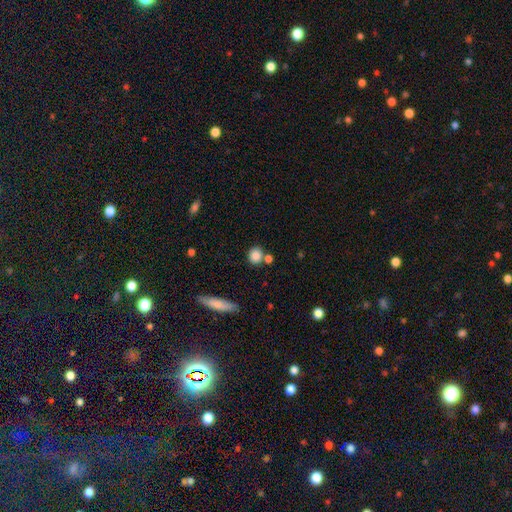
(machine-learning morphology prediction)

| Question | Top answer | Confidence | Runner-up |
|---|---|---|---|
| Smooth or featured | smooth | 85% | star or artifact (9%) |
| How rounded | round | 79% | in between (19%) |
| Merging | none | 69% | merger (17%) |